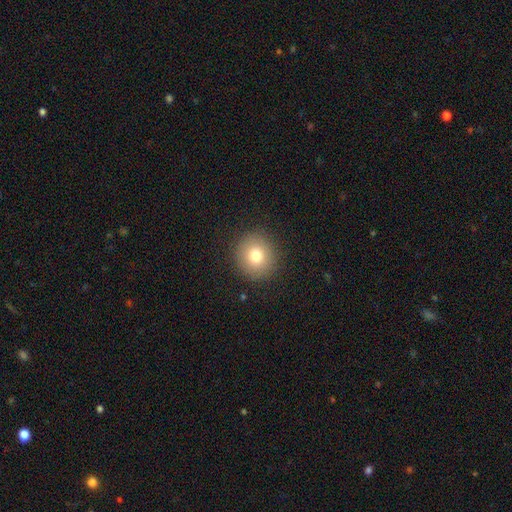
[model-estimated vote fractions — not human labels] Smooth or featured? smooth (78%)
How rounded? round (91%)
Merging? none (90%)